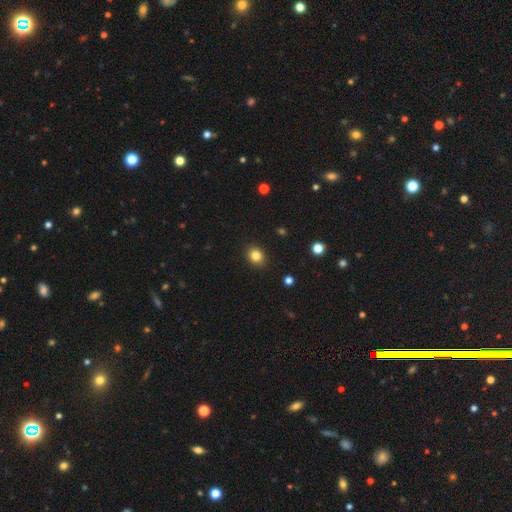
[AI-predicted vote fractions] A smooth galaxy with no disk features (83%) that is round (66%). Merging: none (89%).